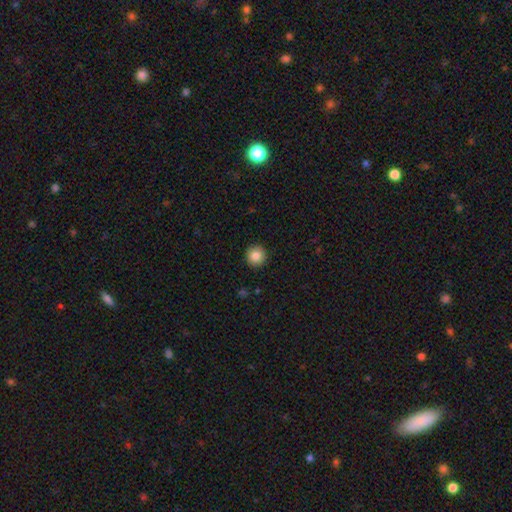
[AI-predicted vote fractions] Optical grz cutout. It shows a smooth galaxy with no disk features (85%) that is round (96%). Merging: none (93%).